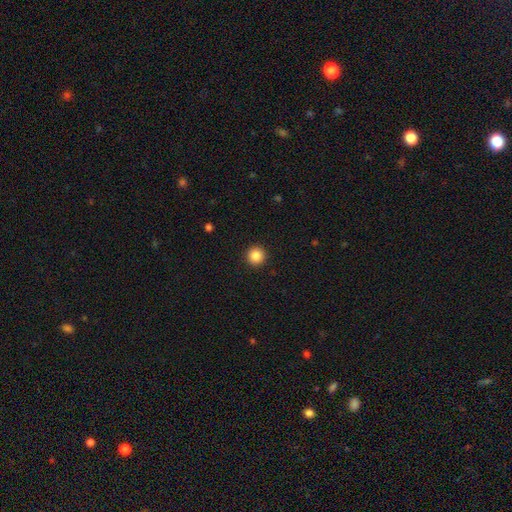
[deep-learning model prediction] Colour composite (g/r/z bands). It shows a smooth galaxy with no disk features (87%) that is round (96%). Merging: none (93%).